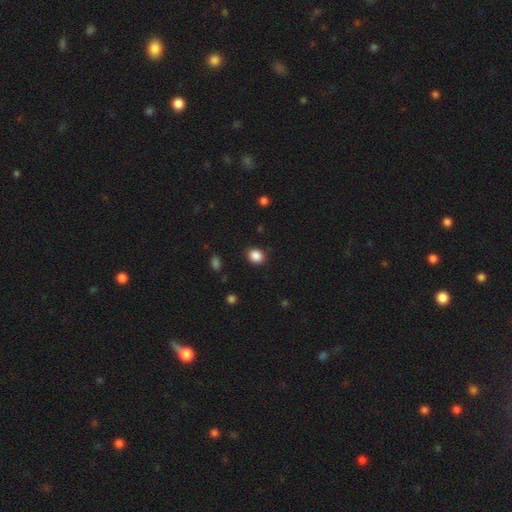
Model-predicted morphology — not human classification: Overall: smooth (87%). How rounded: round (72%). Merging: none (89%).